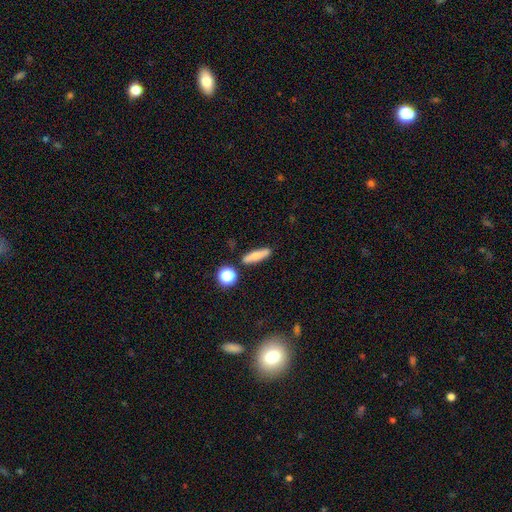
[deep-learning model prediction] A smooth galaxy with no disk features (68%) that is cigar-shaped (66%).

Vote fractions:
- Smooth or featured? smooth: 68% / featured or disk: 23% / star or artifact: 9%
- How rounded? cigar-shaped: 66% / in between: 27% / round: 7%
- Merging? none: 83% / minor disturbance: 10% / merger: 5% / major disturbance: 3%